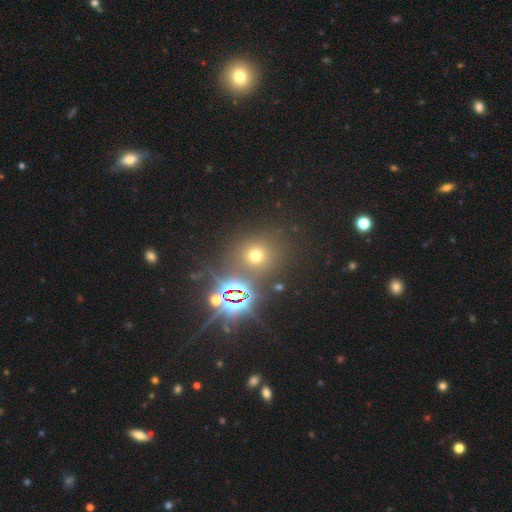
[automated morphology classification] smooth 55%, star or artifact 35%, featured or disk 9%. Down the decision tree: how rounded — round (88%); merging — none (79%).